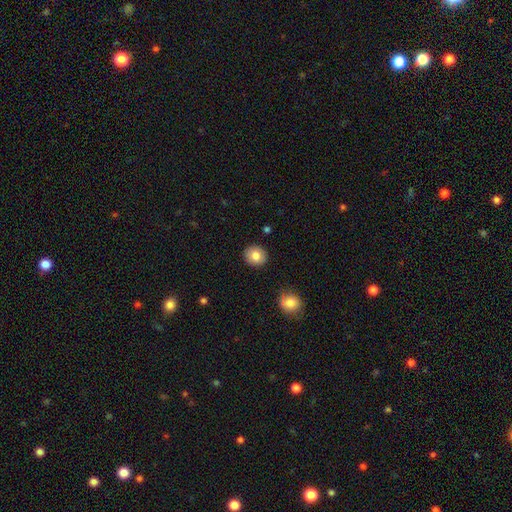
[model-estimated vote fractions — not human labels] smooth-or-featured: smooth: 82% | featured or disk: 9% | star or artifact: 8%
  how-rounded: round: 84% | in between: 15% | cigar-shaped: 1%
  merging: none: 90% | minor disturbance: 6% | major disturbance: 2% | merger: 1%